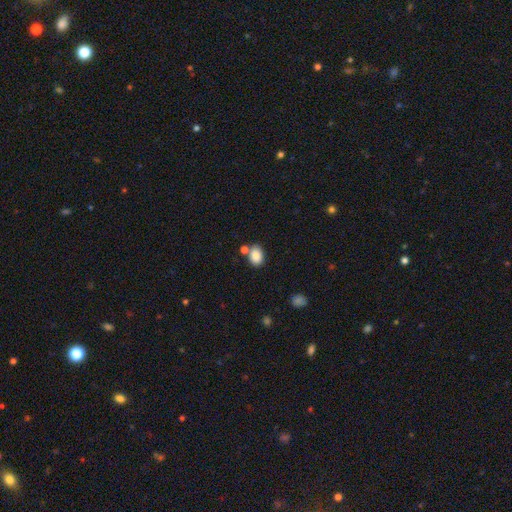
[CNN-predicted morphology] A smooth galaxy with no disk features (86%) that is in between round and cigar-shaped (72%). Merging: none (65%).